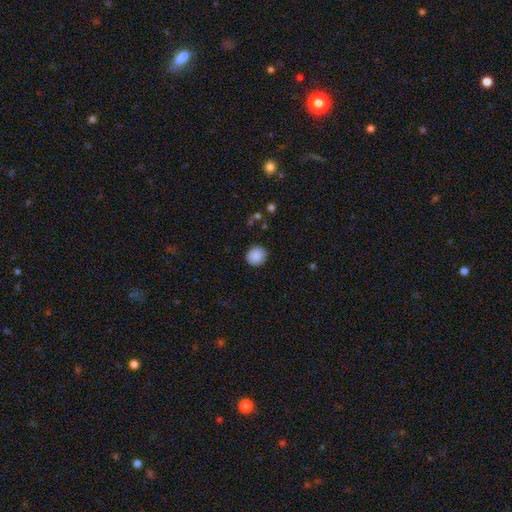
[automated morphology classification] A smooth galaxy with no disk features (89%) that is round (88%).

Vote fractions:
- Smooth or featured? smooth: 89% / star or artifact: 8% / featured or disk: 3%
- How rounded? round: 88% / in between: 11% / cigar-shaped: 1%
- Merging? none: 90% / minor disturbance: 7% / major disturbance: 2% / merger: 1%